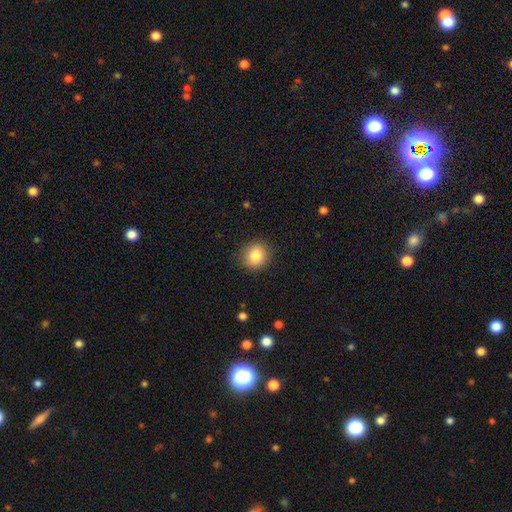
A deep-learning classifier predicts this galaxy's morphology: Smooth or featured?
  - smooth: 84% *
  - star or artifact: 9%
  - featured or disk: 7%
How rounded?
  - round: 82% *
  - in between: 17%
  - cigar-shaped: 1%
Merging?
  - none: 88% *
  - minor disturbance: 8%
  - major disturbance: 2%
  - merger: 1%